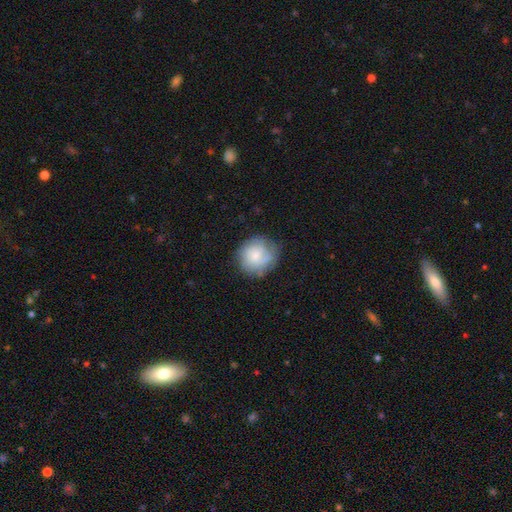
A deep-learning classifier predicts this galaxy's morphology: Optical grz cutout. It shows a smooth galaxy with no disk features (64%) that is round (88%). Merging: none (70%).